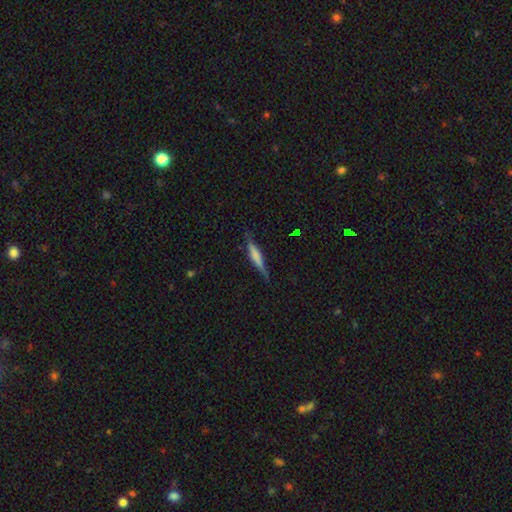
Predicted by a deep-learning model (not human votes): This is possibly a featured or disk galaxy (47%). Merging: clearly none (80%).